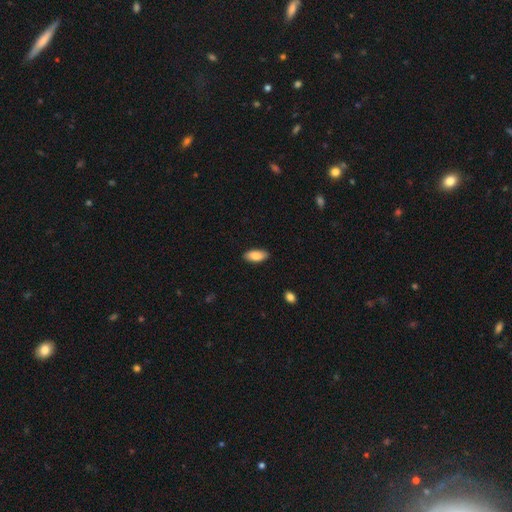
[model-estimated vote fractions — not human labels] smooth_or_featured: smooth (p=0.84) [alt: featured or disk p=0.09]
how_rounded: in between (p=0.89) [alt: cigar-shaped p=0.10]
merging: none (p=0.88) [alt: minor disturbance p=0.09]